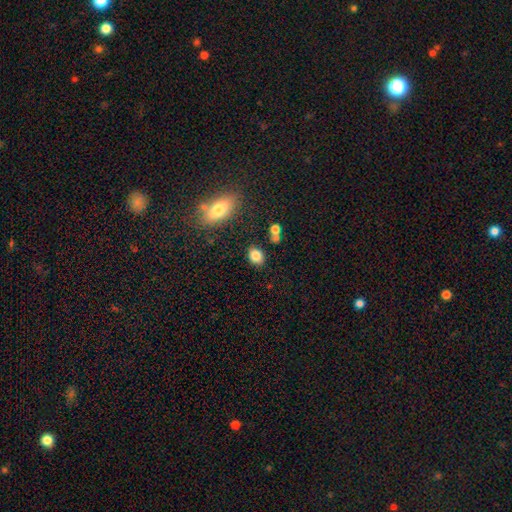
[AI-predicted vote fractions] Smooth or featured: smooth — 83% (star or artifact — 10%)
How rounded: in between — 58% (round — 40%)
Merging: none — 79% (minor disturbance — 12%)